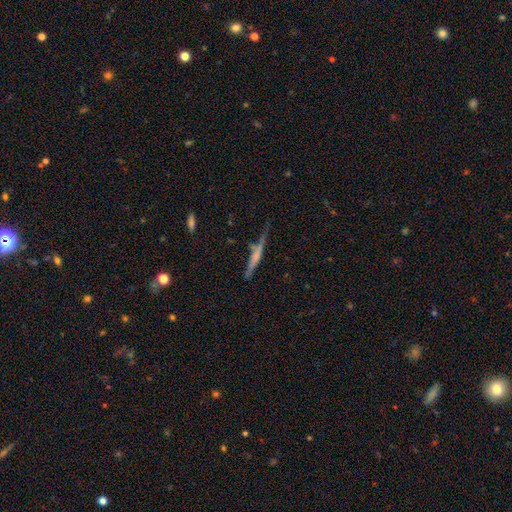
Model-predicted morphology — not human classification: Smooth or featured: featured or disk — 56% (smooth — 36%)
Edge-on disk: yes — 93% (no — 7%)
Edge-on bulge: rounded — 45% (none — 40%)
Merging: none — 60% (minor disturbance — 23%)